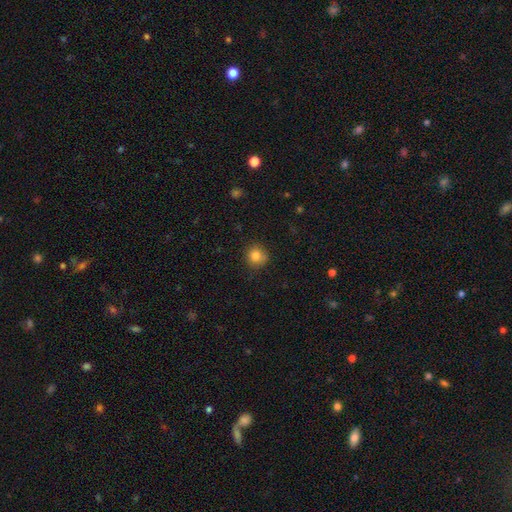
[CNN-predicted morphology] smooth 82%, star or artifact 11%, featured or disk 7%. Down the decision tree: how rounded — round (90%); merging — none (79%).